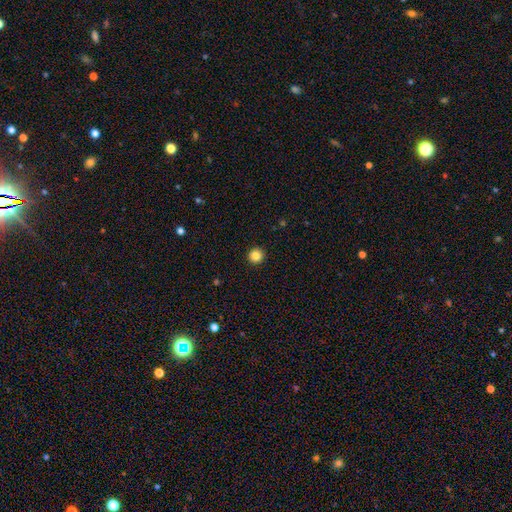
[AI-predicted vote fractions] smooth_or_featured: smooth (p=0.85) [alt: star or artifact p=0.11]
how_rounded: round (p=0.95) [alt: in between p=0.04]
merging: none (p=0.93) [alt: minor disturbance p=0.04]